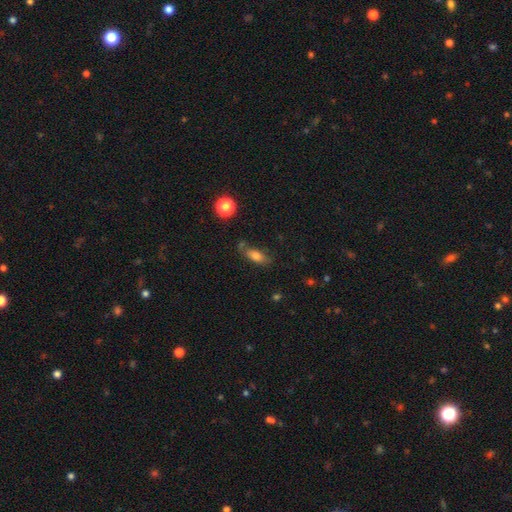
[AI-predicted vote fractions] Smooth or featured? smooth (74%)
How rounded? in between (77%)
Merging? none (62%)